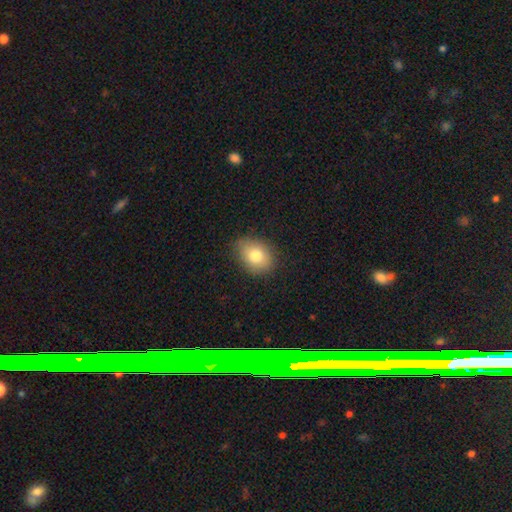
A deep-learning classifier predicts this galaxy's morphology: The model was most divided on "how rounded": in between: 62%, round: 36%, cigar-shaped: 1%. More confident: merging — none (81%); smooth or featured — smooth (77%).